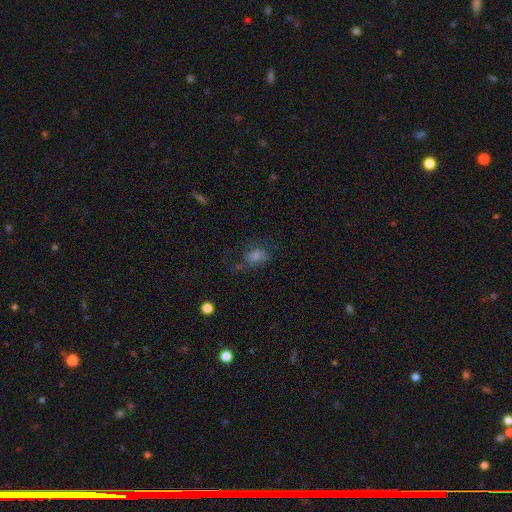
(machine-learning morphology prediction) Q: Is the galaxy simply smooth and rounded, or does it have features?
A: smooth — 47%.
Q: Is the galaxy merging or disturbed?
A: none — 54%.